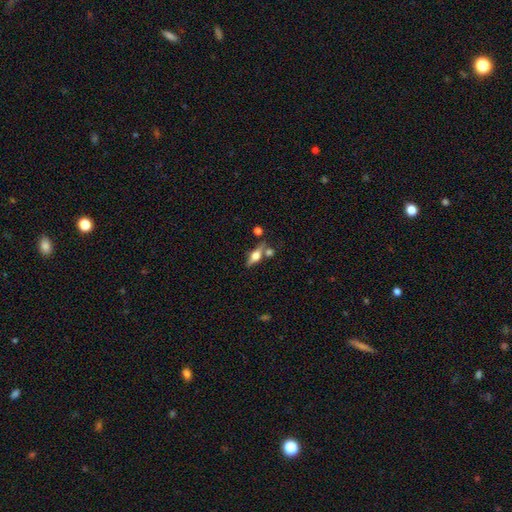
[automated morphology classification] type=featured or disk (60%); edge-on=yes (93%); edge-on bulge=rounded (93%); merging=none (68%).